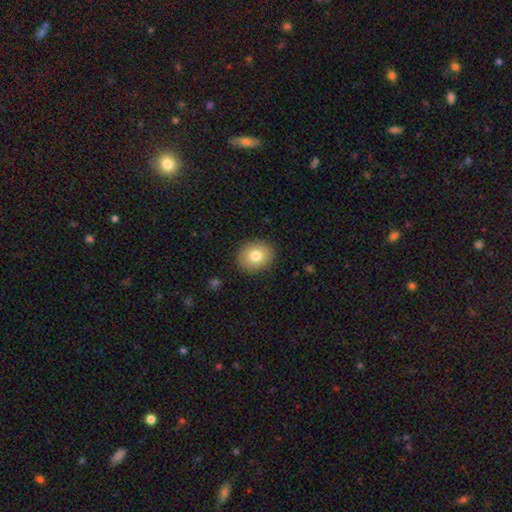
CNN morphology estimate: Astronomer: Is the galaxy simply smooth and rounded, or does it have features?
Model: smooth — 78%.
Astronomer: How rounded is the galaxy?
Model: round — 69%.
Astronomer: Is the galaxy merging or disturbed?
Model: none — 89%.